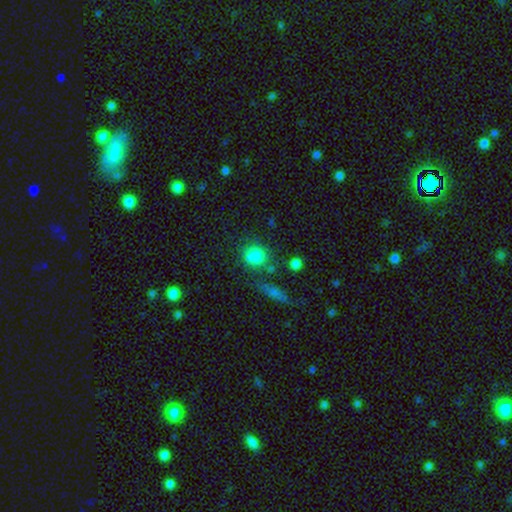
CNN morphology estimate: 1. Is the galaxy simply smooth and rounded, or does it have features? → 82% smooth, 11% star or artifact, 7% featured or disk.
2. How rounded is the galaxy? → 82% round, 16% in between, 2% cigar-shaped.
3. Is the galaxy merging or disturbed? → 70% none, 14% minor disturbance, 11% merger, 6% major disturbance.